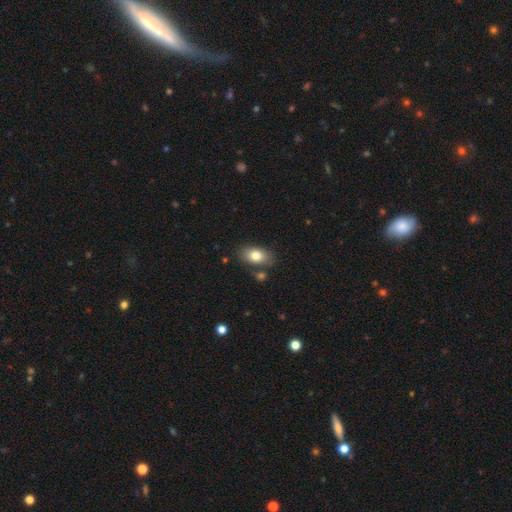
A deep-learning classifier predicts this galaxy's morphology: The model was most divided on "merging": none: 75%, minor disturbance: 13%, merger: 7%, major disturbance: 4%. More confident: how rounded — in between (87%); smooth or featured — smooth (80%).